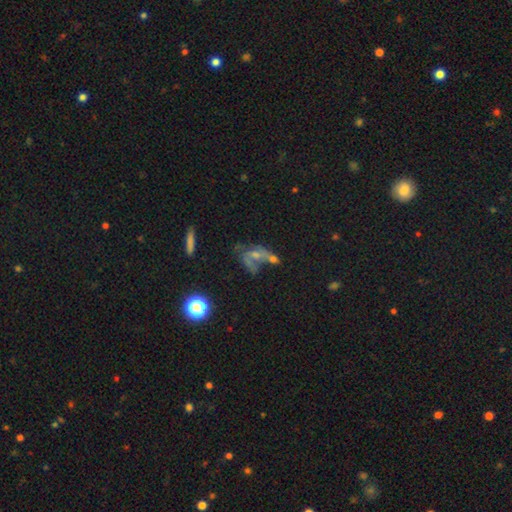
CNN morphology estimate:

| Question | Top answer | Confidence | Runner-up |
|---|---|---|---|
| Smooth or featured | featured or disk | 47% | smooth (34%) |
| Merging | merger | 38% | major disturbance (27%) |